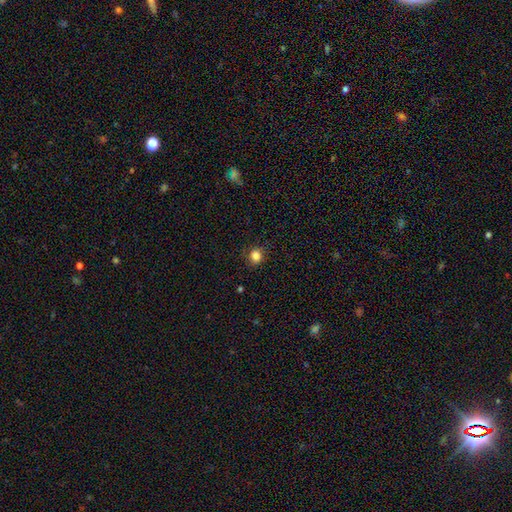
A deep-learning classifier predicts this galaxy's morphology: A smooth galaxy with no disk features (84%) that is round (82%). Merging: none (85%).